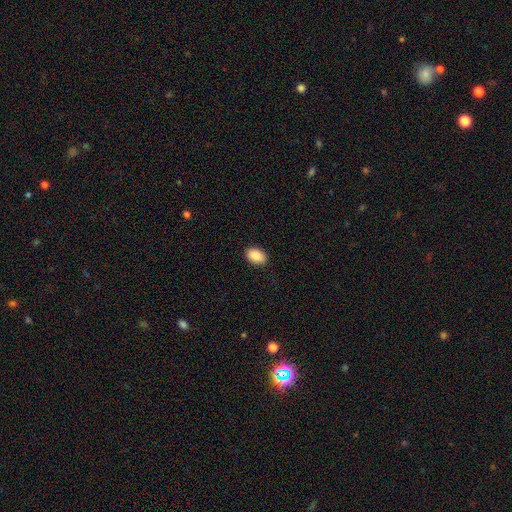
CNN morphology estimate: This appears to be a smooth galaxy with no disk features (90%) that is in between round and cigar-shaped (87%). Merging: none (90%).